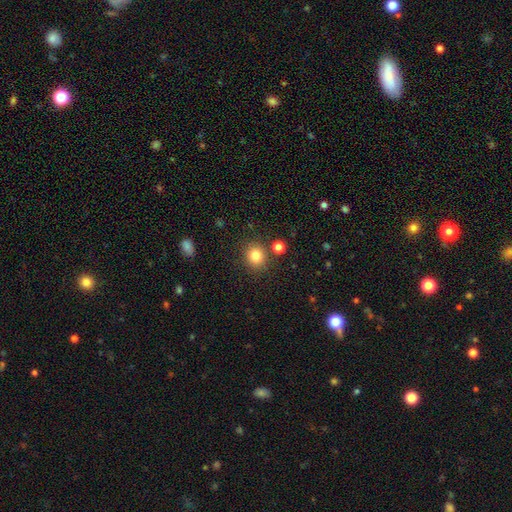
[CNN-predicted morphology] This appears to be a smooth galaxy with no disk features (81%) that is round (82%). Merging: none (84%).